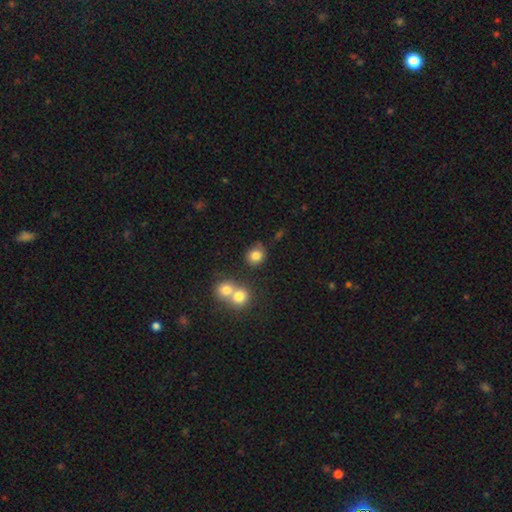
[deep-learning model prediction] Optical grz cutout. It shows a smooth galaxy with no disk features (82%) that is round (83%). Merging: none (70%).